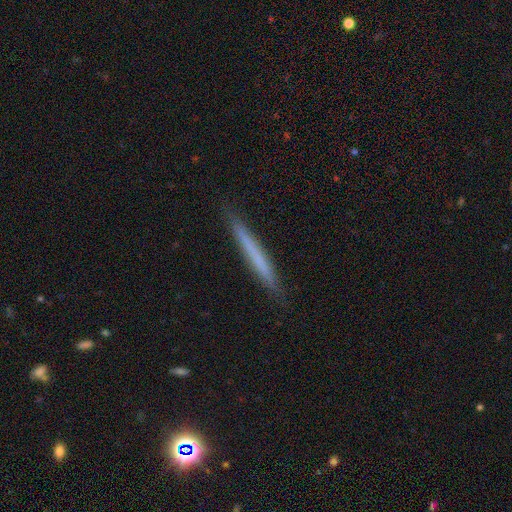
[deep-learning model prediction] This appears to be a smooth galaxy with no disk features (58%) that is cigar-shaped (97%). Merging: none (90%).